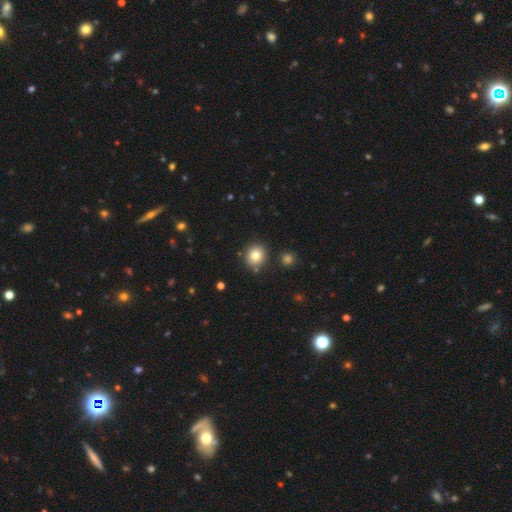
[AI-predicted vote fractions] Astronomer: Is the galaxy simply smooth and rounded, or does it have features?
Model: smooth — 80%.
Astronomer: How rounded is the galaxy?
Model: round — 82%.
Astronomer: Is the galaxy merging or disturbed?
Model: none — 84%.